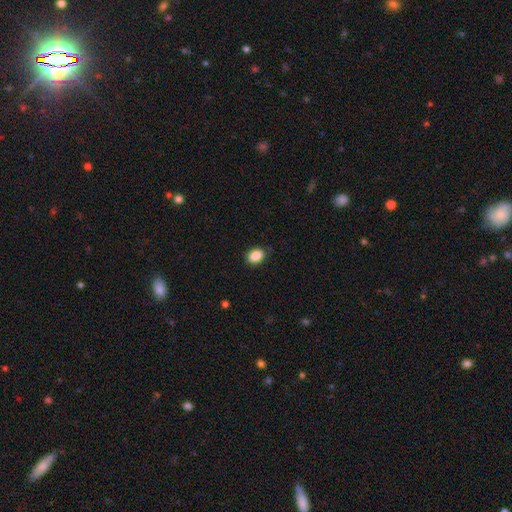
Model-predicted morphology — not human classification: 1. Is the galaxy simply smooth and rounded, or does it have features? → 88% smooth, 8% star or artifact, 3% featured or disk.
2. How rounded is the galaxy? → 71% in between, 27% round, 1% cigar-shaped.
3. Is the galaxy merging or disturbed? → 86% none, 11% minor disturbance, 2% major disturbance, 1% merger.